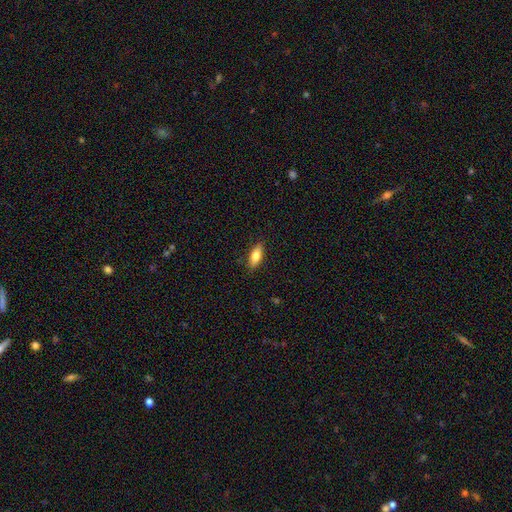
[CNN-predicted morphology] The model was most divided on "how rounded": in between: 75%, cigar-shaped: 23%, round: 2%. More confident: merging — none (86%); smooth or featured — smooth (77%).